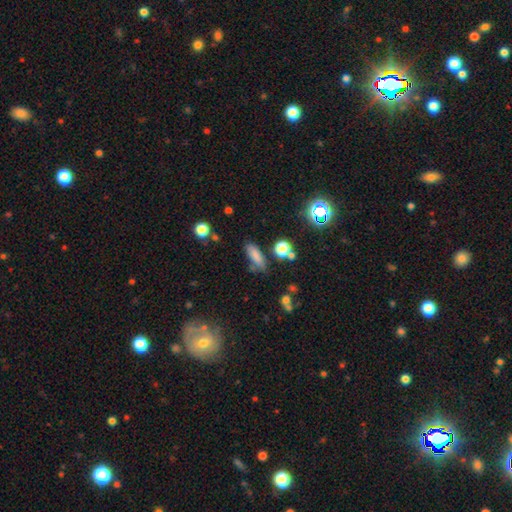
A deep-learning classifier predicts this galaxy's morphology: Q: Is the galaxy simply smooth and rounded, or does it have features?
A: smooth — 78%.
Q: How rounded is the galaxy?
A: in between — 59%.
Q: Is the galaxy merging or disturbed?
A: none — 70%.